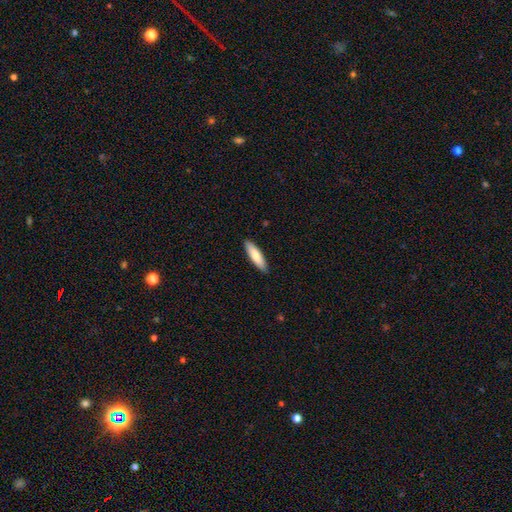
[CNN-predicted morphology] This is likely a smooth galaxy (76%). How rounded: likely cigar-shaped (65%). Merging: clearly none (90%).